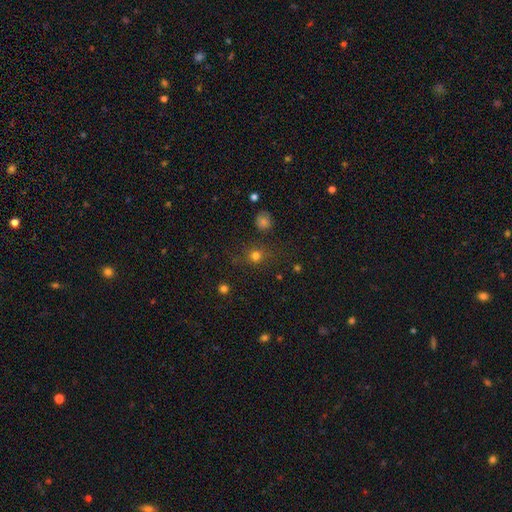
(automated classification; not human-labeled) Smooth or featured? smooth (73%)
How rounded? round (87%)
Merging? none (80%)